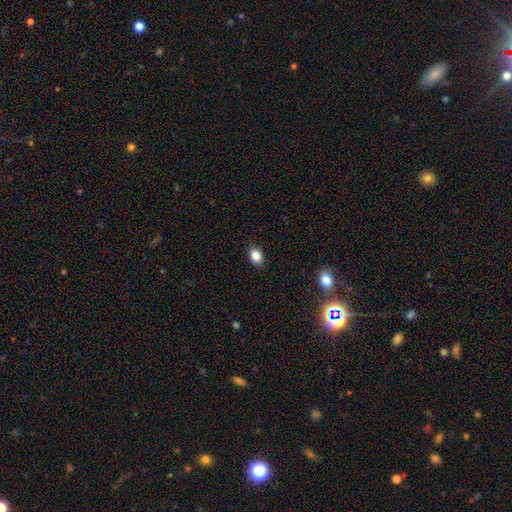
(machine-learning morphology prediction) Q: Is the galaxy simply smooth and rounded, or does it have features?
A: smooth — 85%.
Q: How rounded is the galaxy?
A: in between — 70%.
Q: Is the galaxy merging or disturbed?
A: none — 89%.